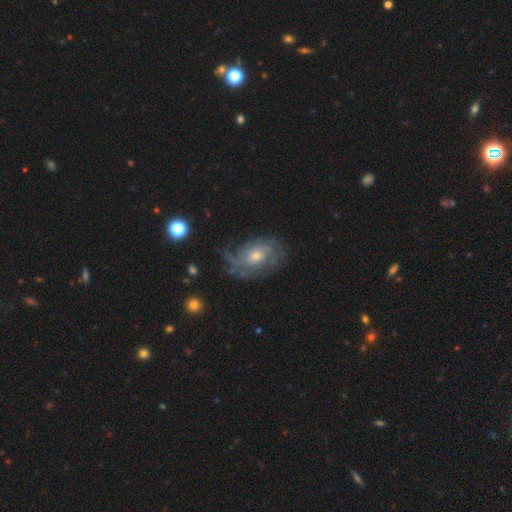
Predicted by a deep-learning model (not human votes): A featured or disk galaxy (76%) with no bar (71%), tight (39%) spiral arms (89%) and a moderate central bulge (57%). Merging: none (59%).